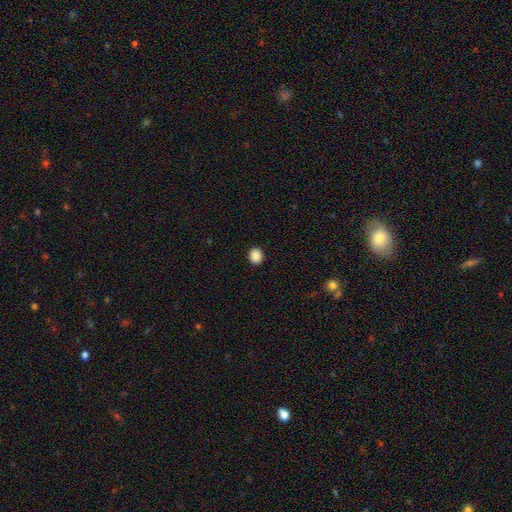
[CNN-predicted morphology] This appears to be a smooth galaxy with no disk features (89%) that is round (68%). Merging: none (92%).